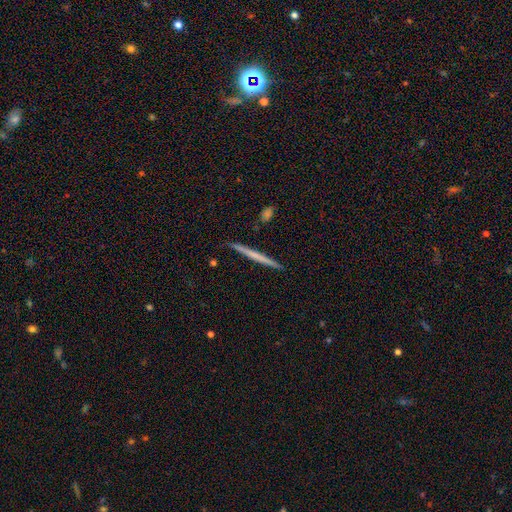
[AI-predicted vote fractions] This is possibly a featured or disk galaxy (49%). Merging: clearly none (92%).